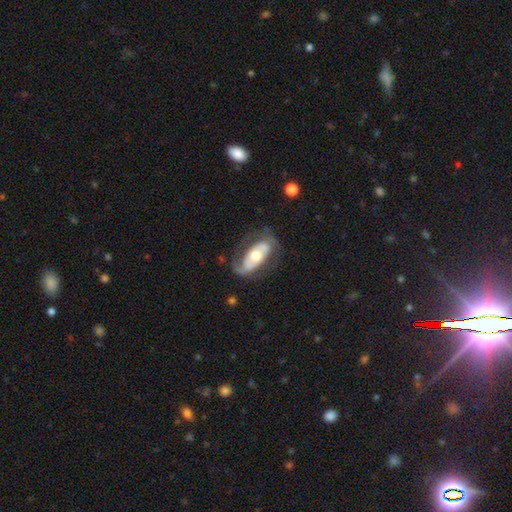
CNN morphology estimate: A featured or disk galaxy (60%) with no bar (65%), spiral arms (58%) and a moderate central bulge (65%). Merging: none (65%).